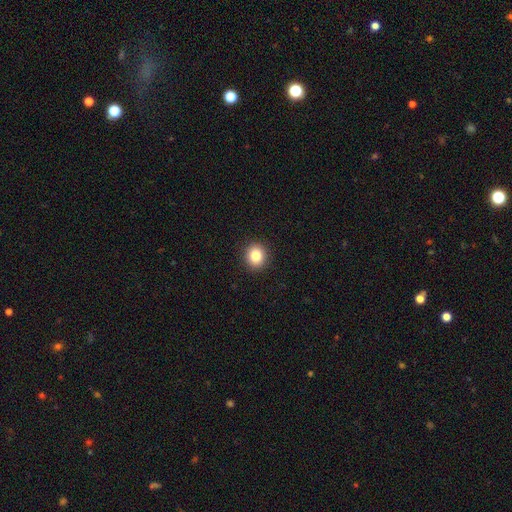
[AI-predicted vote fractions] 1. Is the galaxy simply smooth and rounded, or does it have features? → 83% smooth, 11% star or artifact, 7% featured or disk.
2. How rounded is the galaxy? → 83% round, 16% in between, 1% cigar-shaped.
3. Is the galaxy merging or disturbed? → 92% none, 5% minor disturbance, 2% major disturbance, 1% merger.